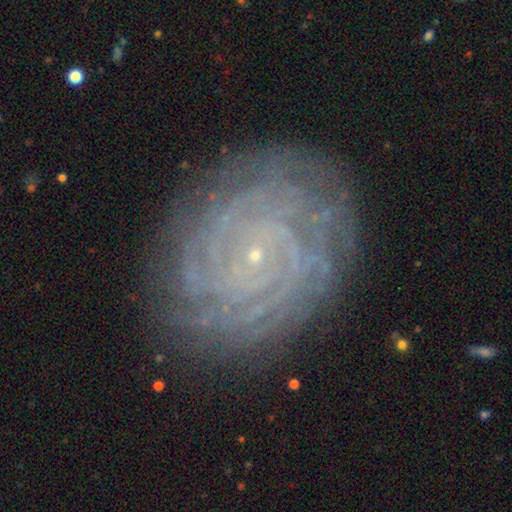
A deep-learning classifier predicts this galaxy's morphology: Smooth or featured? Predicted: featured or disk (p=0.84). Edge-on disk? Predicted: no (p=0.97). Bar? Predicted: no (p=0.78). Spiral arms? Predicted: yes (p=0.97). Spiral winding? Predicted: tight (p=0.86). Spiral arm count? Predicted: can't tell (p=0.27). Bulge size? Predicted: small (p=0.91). Merging? Predicted: none (p=0.84).